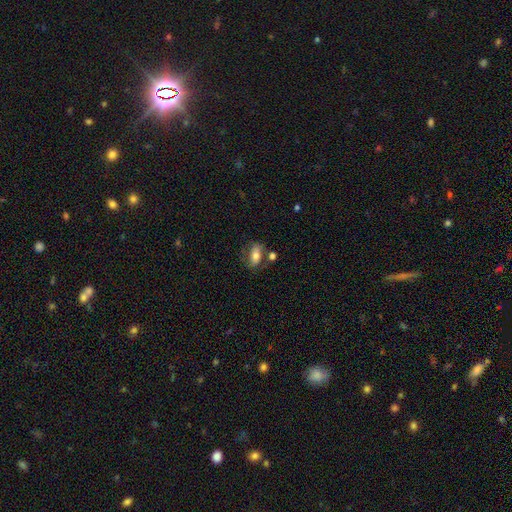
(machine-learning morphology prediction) smooth-or-featured: smooth: 65% | featured or disk: 27% | star or artifact: 8%
  how-rounded: in between: 83% | round: 9% | cigar-shaped: 8%
  merging: none: 59% | minor disturbance: 19% | merger: 13% | major disturbance: 9%